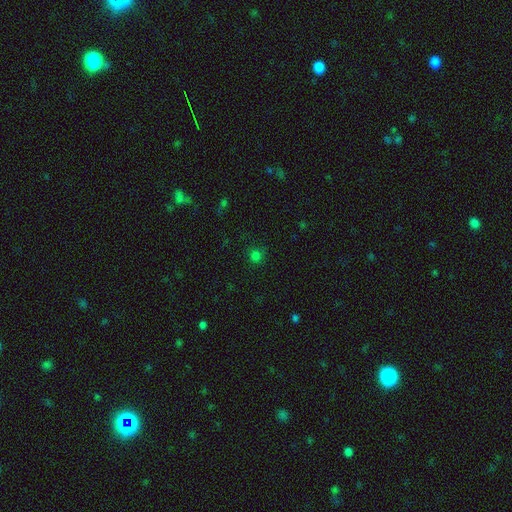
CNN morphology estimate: smooth_or_featured: smooth (p=0.74) [alt: star or artifact p=0.22]
how_rounded: round (p=0.91) [alt: in between p=0.08]
merging: none (p=0.84) [alt: minor disturbance p=0.10]